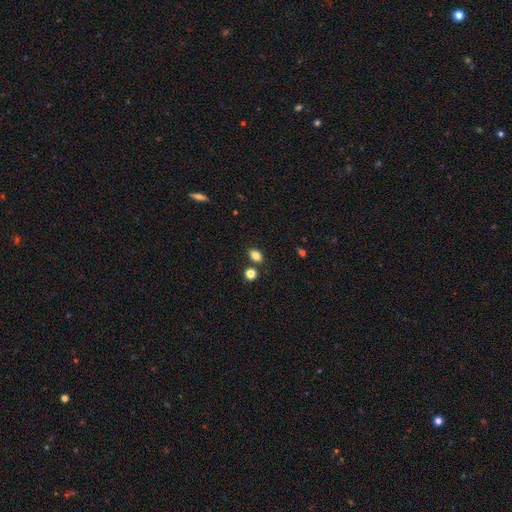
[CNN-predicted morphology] smooth 82%, star or artifact 11%, featured or disk 7%. Down the decision tree: how rounded — in between (78%); merging — none (80%).